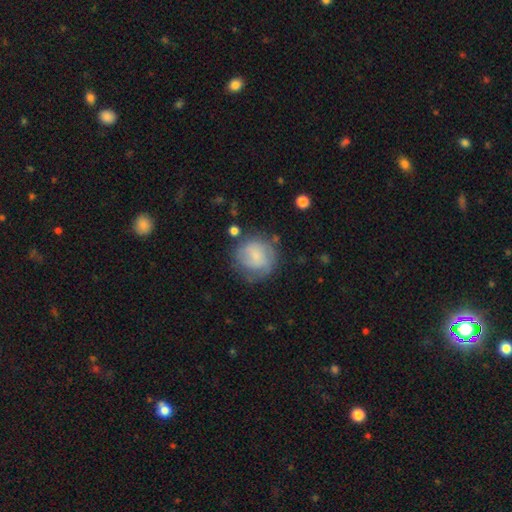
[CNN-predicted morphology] smooth 61%, featured or disk 32%, star or artifact 8%. Down the decision tree: how rounded — round (87%); merging — none (61%).